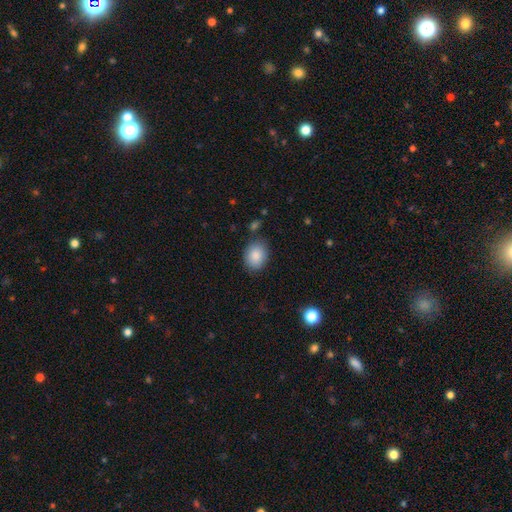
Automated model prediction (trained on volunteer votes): Overall: smooth (87%). How rounded: in between (62%; round 37%). Merging: none (81%).